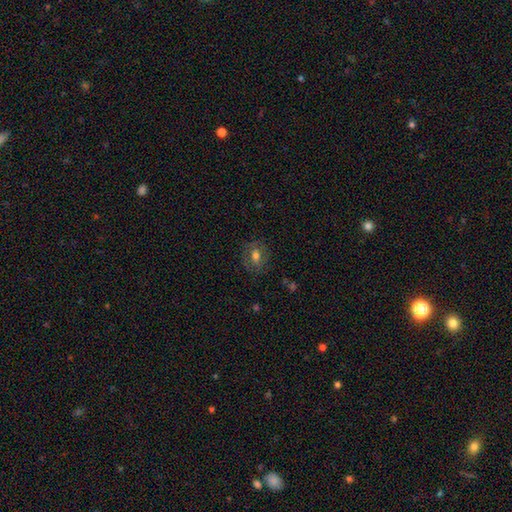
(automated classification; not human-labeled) A smooth galaxy with no disk features (58%) that is in between round and cigar-shaped (53%). Merging: none (77%).